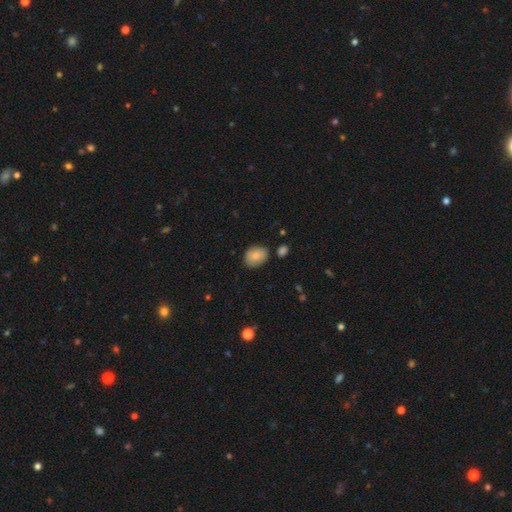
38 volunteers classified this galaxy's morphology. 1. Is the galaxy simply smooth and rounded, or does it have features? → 89% smooth, 5% featured or disk, 5% star or artifact.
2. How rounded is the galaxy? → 74% in between, 26% round, 0% cigar-shaped.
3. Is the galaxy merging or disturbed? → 58% none, 39% minor disturbance, 3% major disturbance, 0% merger.